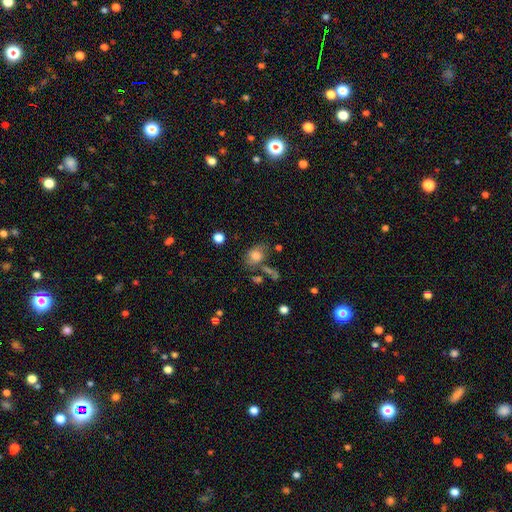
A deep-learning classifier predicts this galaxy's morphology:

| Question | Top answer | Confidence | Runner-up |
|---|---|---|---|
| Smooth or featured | smooth | 69% | featured or disk (20%) |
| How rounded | in between | 69% | round (29%) |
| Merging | none | 44% | minor disturbance (24%) |